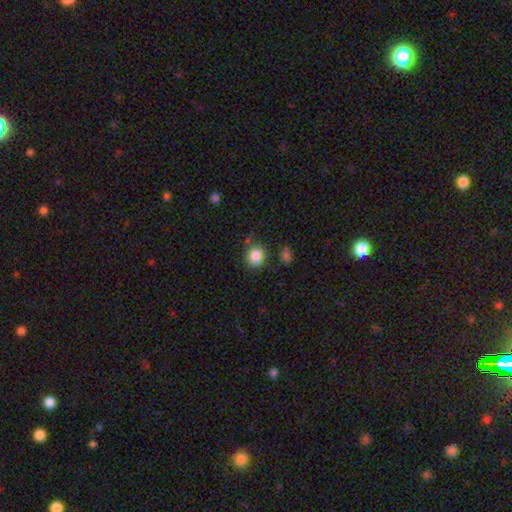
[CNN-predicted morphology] The model was most divided on "merging": none: 75%, minor disturbance: 15%, merger: 6%, major disturbance: 5%. More confident: smooth or featured — smooth (85%); how rounded — round (81%).